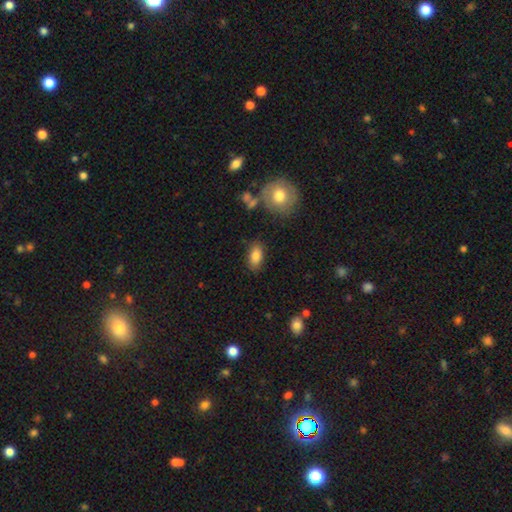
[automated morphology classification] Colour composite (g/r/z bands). It shows a smooth galaxy with no disk features (85%) that is in between round and cigar-shaped (91%). Merging: none (83%).